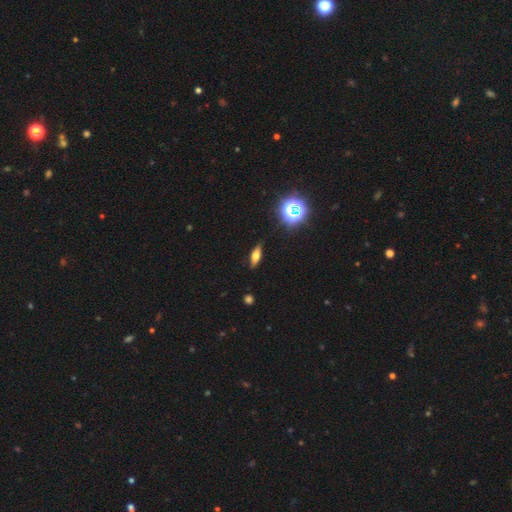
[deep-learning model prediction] Overall: smooth (53%; featured or disk 32%). How rounded: in between (54%; cigar-shaped 40%). Merging: none (87%).